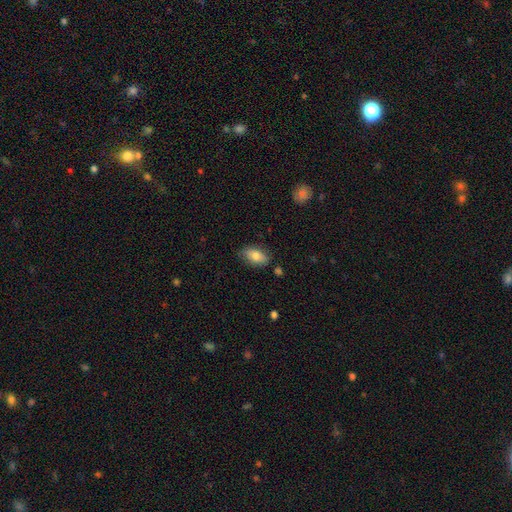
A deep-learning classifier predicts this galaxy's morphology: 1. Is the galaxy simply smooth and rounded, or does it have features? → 77% smooth, 15% featured or disk, 7% star or artifact.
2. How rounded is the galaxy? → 90% in between, 5% round, 5% cigar-shaped.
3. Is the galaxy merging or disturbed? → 81% none, 14% minor disturbance, 3% major disturbance, 2% merger.